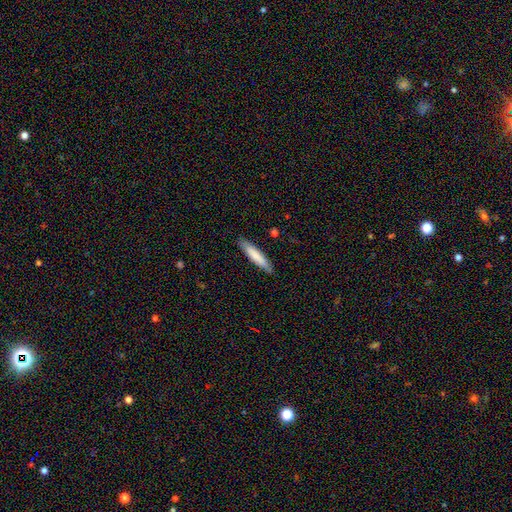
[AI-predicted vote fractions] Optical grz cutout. It shows a smooth galaxy with no disk features (79%) that is cigar-shaped (87%). Merging: none (87%).